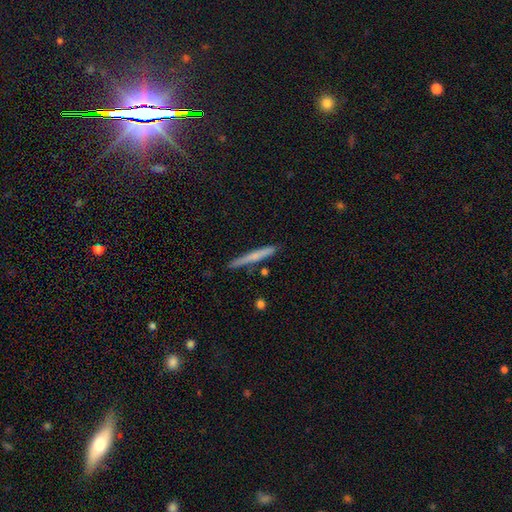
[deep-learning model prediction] smooth_or_featured: smooth (p=0.55) [alt: featured or disk p=0.38]
how_rounded: cigar-shaped (p=0.96) [alt: in between p=0.03]
merging: none (p=0.83) [alt: minor disturbance p=0.12]